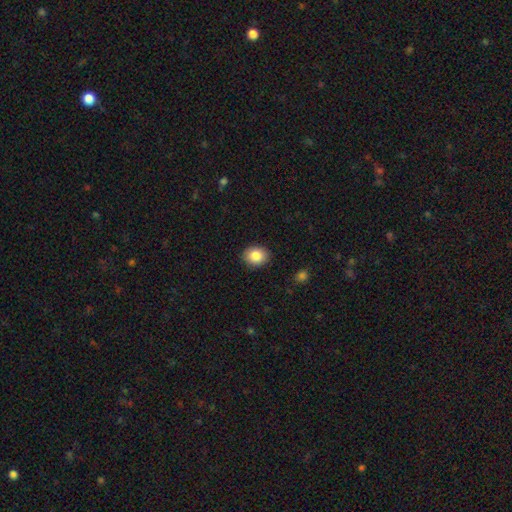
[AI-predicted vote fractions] This is clearly a smooth galaxy (86%). How rounded: possibly round (56%). Merging: clearly none (89%).